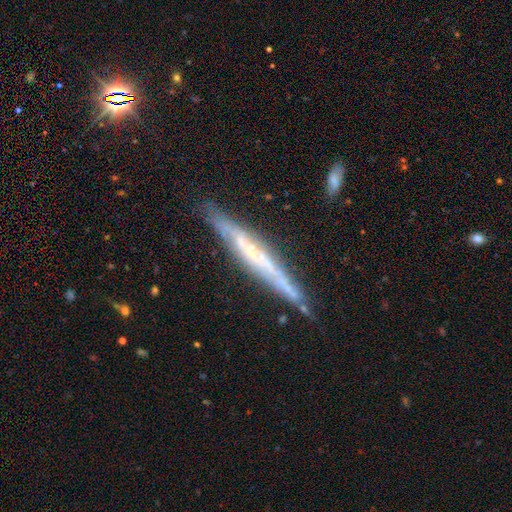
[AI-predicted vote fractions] Morphology: type=featured or disk (72%); edge-on=yes (92%); edge-on bulge=none (73%); merging=none (80%).